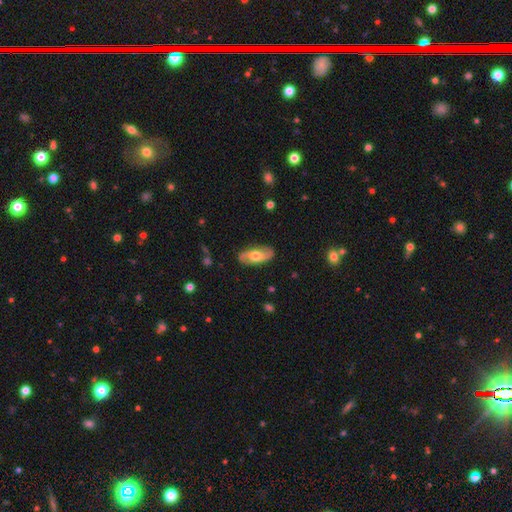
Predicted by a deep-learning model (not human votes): This appears to be a featured or disk galaxy (62%) with no bar (67%), spiral arms (83%) and a moderate central bulge (70%). Merging: none (84%).